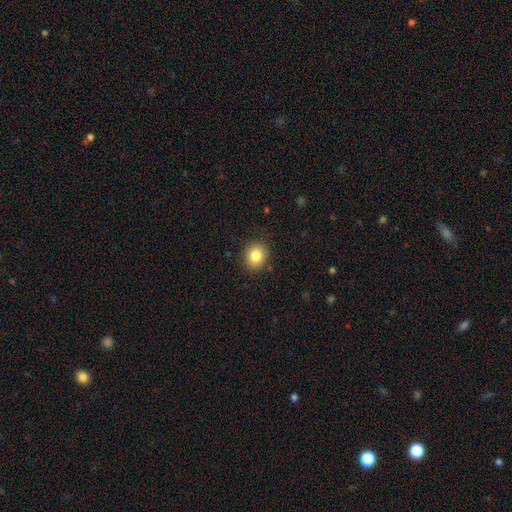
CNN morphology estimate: Smooth or featured: smooth — 84% (star or artifact — 9%)
How rounded: round — 67% (in between — 32%)
Merging: none — 88% (minor disturbance — 9%)